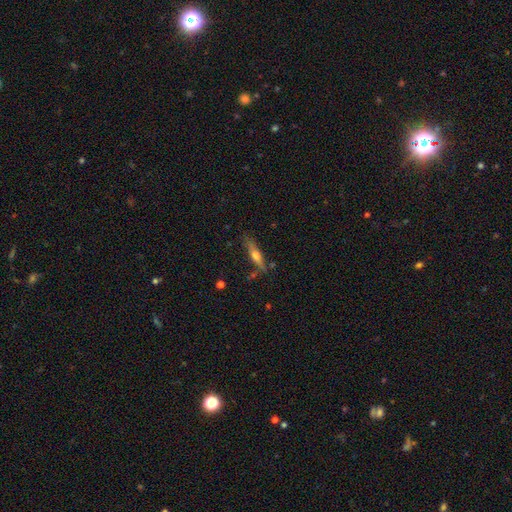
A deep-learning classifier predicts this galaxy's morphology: A featured or disk galaxy (48%).

Vote fractions:
- Smooth or featured? featured or disk: 48% / smooth: 45% / star or artifact: 7%
- Merging? none: 71% / minor disturbance: 19% / merger: 5% / major disturbance: 5%